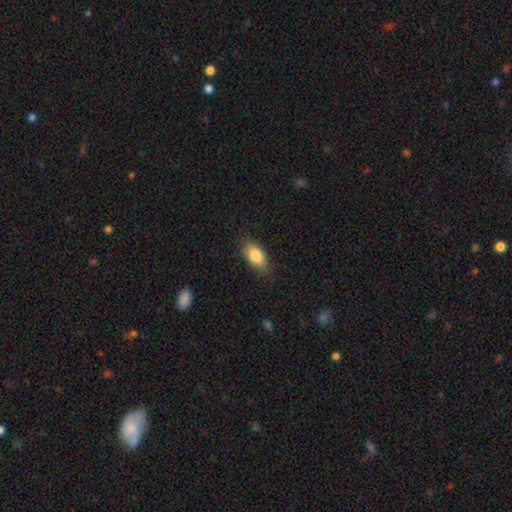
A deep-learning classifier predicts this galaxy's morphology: A smooth galaxy with no disk features (84%) that is in between round and cigar-shaped (91%).

Vote fractions:
- Smooth or featured? smooth: 84% / featured or disk: 9% / star or artifact: 7%
- How rounded? in between: 91% / cigar-shaped: 5% / round: 4%
- Merging? none: 82% / minor disturbance: 14% / major disturbance: 3% / merger: 1%